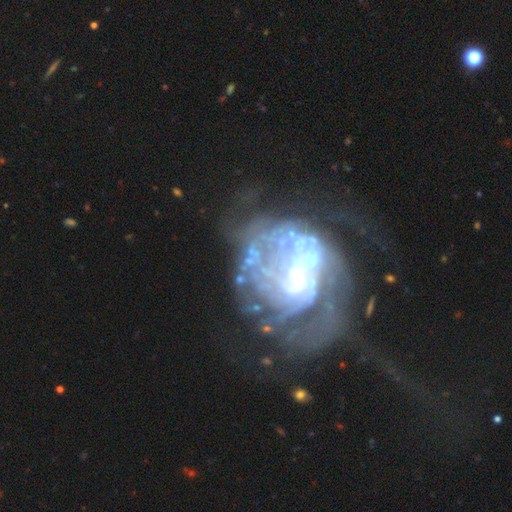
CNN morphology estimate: This appears to be a featured or disk galaxy (80%) with no bar (46%), tight (45%) spiral arms (72%) and a small central bulge (53%). Merging: major disturbance (44%).